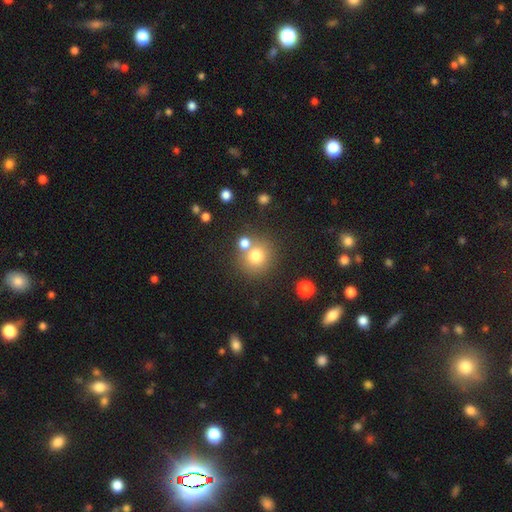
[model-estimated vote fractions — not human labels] Smooth or featured? smooth (76%)
How rounded? round (89%)
Merging? none (67%)